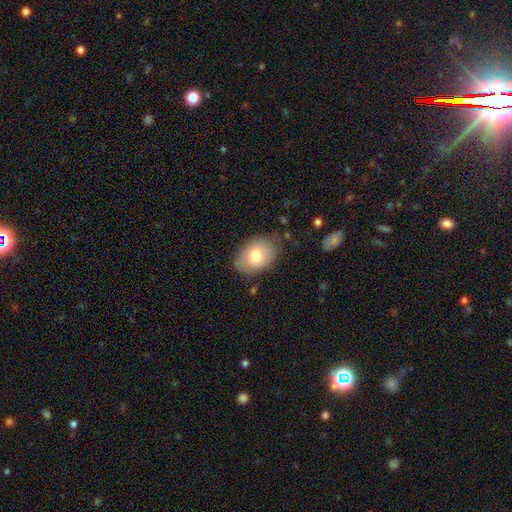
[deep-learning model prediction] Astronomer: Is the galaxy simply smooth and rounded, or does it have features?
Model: smooth — 74%.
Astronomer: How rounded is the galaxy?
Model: in between — 78%.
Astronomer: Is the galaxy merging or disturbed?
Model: none — 76%.